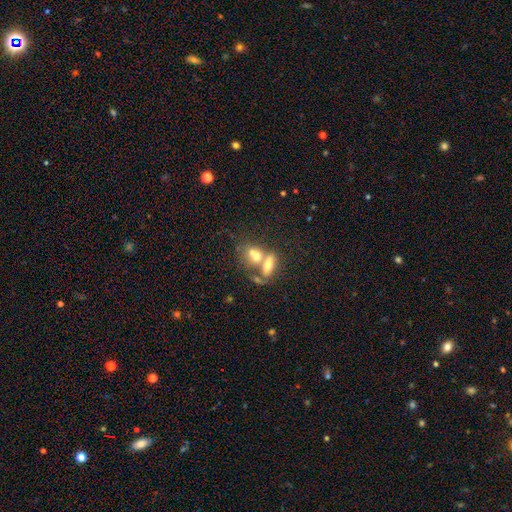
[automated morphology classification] A smooth galaxy with no disk features (63%) that is in between round and cigar-shaped (69%).

Vote fractions:
- Smooth or featured? smooth: 63% / featured or disk: 27% / star or artifact: 10%
- How rounded? in between: 69% / round: 24% / cigar-shaped: 8%
- Merging? merger: 65% / none: 23% / minor disturbance: 7% / major disturbance: 5%